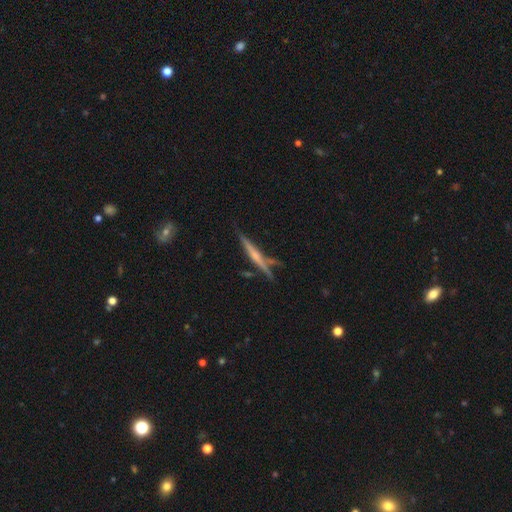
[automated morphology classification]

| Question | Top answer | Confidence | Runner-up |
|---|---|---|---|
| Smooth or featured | featured or disk | 66% | smooth (27%) |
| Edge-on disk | yes | 96% | no (4%) |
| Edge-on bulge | rounded | 54% | none (37%) |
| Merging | none | 73% | minor disturbance (14%) |